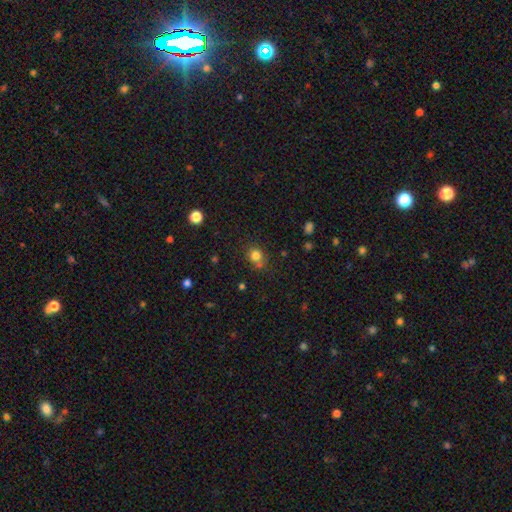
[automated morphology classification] Smooth or featured? smooth (80%)
How rounded? round (80%)
Merging? none (67%)